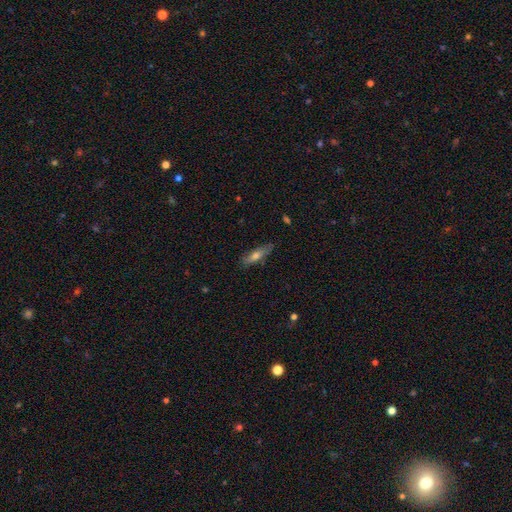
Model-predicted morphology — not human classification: A smooth galaxy with no disk features (58%) that is cigar-shaped (69%).

Vote fractions:
- Smooth or featured? smooth: 58% / featured or disk: 35% / star or artifact: 7%
- How rounded? cigar-shaped: 69% / in between: 29% / round: 2%
- Merging? none: 82% / minor disturbance: 14% / major disturbance: 3% / merger: 1%